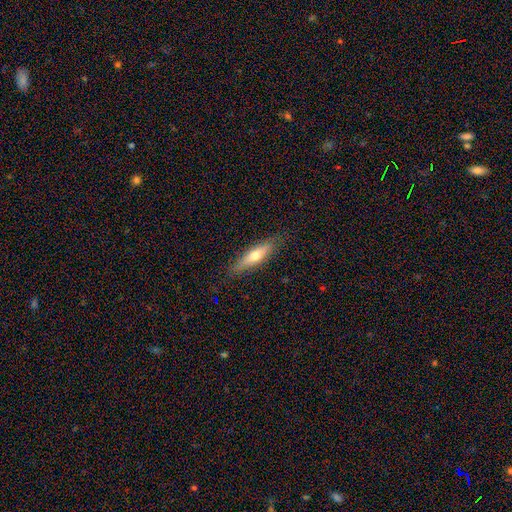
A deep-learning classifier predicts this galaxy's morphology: This is possibly a smooth galaxy (53%). How rounded: likely cigar-shaped (69%). Merging: clearly none (85%).